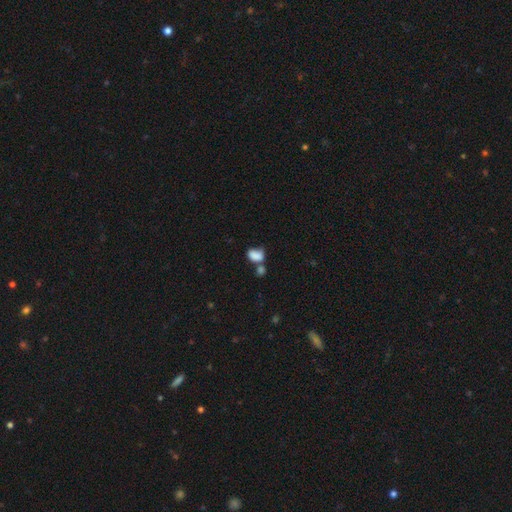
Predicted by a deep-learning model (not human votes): The model was most divided on "merging": merger: 47%, none: 26%, minor disturbance: 16%, major disturbance: 11%. More confident: smooth or featured — smooth (79%); how rounded — in between (78%).